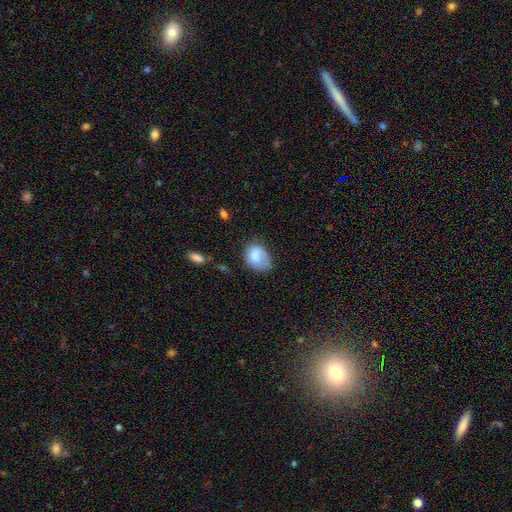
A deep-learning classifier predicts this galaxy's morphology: Q: Smooth or featured?
A: smooth (72%); runner-up: featured or disk (21%)
Q: How rounded?
A: in between (65%); runner-up: round (34%)
Q: Merging?
A: none (50%); runner-up: minor disturbance (30%)